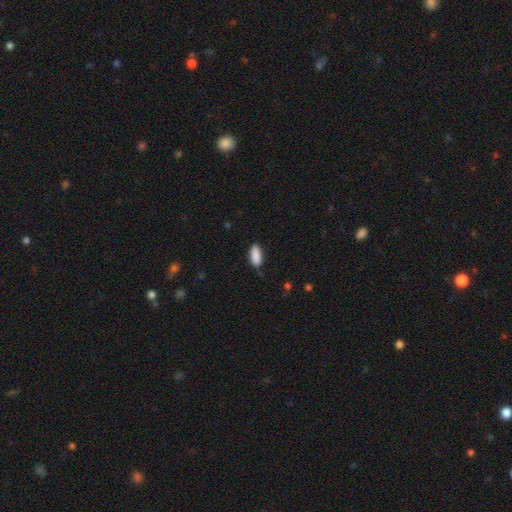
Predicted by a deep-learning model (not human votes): Smooth or featured? Predicted: smooth (p=0.90). How rounded? Predicted: in between (p=0.84). Merging? Predicted: none (p=0.83).